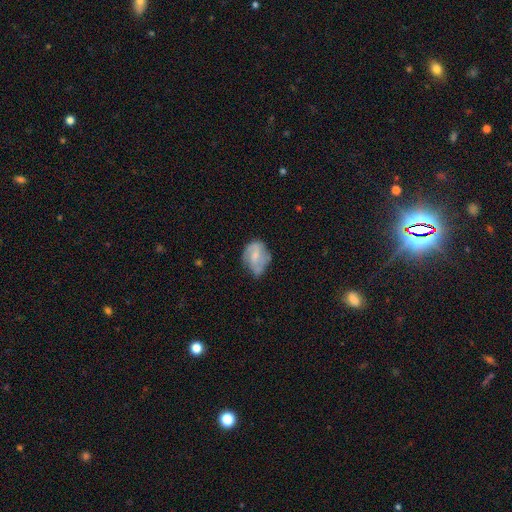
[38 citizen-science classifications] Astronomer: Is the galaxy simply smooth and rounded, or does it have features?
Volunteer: featured or disk — 50% (runner-up: smooth, 45%).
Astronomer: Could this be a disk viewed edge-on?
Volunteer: no — 100%.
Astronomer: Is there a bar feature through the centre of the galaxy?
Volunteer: no — 63%.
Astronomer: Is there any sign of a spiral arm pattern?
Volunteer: yes — 74%.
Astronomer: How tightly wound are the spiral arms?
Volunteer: tight — 50% (runner-up: medium, 29%).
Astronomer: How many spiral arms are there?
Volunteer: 2 — 64%.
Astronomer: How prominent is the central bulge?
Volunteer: moderate — 47% (runner-up: small, 26%).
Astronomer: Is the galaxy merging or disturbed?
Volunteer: none — 44% (runner-up: minor disturbance, 33%).